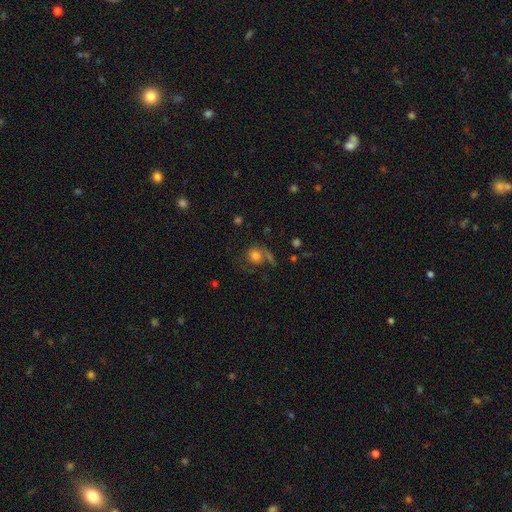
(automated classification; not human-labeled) Smooth or featured: smooth — 61% (featured or disk — 28%)
How rounded: round — 77% (in between — 22%)
Merging: none — 46% (major disturbance — 27%)